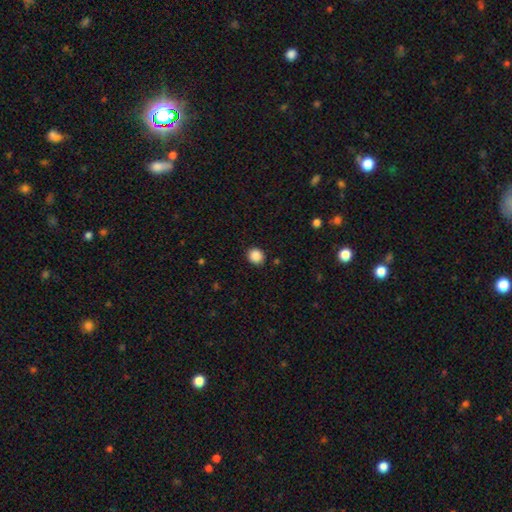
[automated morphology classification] Smooth or featured?
  - smooth: 88% *
  - star or artifact: 10%
  - featured or disk: 3%
How rounded?
  - round: 84% *
  - in between: 15%
  - cigar-shaped: 1%
Merging?
  - none: 91% *
  - minor disturbance: 6%
  - major disturbance: 2%
  - merger: 1%